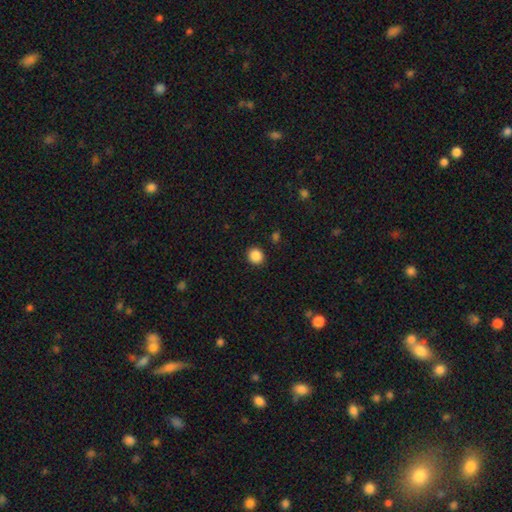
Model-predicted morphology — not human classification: smooth 87%, star or artifact 10%, featured or disk 3%. Down the decision tree: how rounded — round (87%); merging — none (92%).